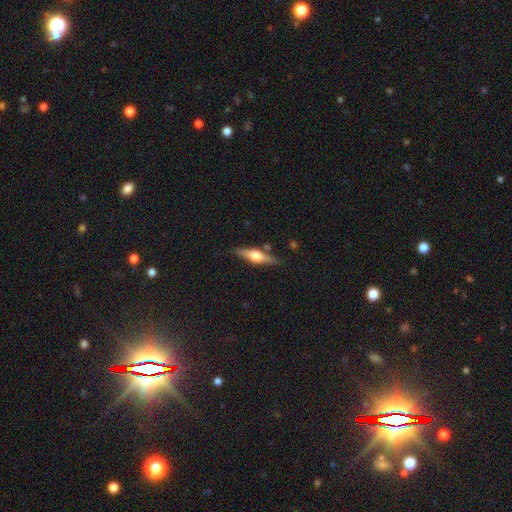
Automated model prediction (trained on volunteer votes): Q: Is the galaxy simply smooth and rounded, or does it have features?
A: featured or disk — 55%.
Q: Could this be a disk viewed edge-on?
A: yes — 94%.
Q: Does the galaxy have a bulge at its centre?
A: rounded — 92%.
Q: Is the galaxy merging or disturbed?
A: none — 81%.